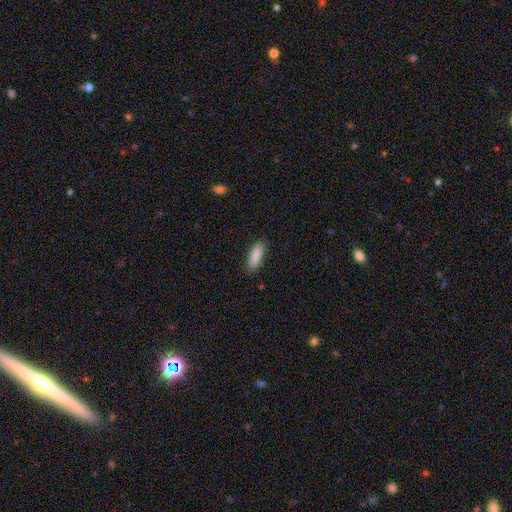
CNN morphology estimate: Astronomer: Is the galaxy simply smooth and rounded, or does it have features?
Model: smooth — 88%.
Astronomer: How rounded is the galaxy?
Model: in between — 52% (runner-up: cigar-shaped, 46%).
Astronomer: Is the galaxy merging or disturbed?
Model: none — 85%.